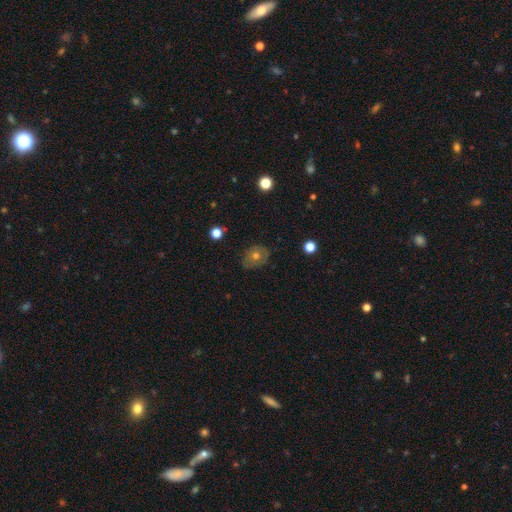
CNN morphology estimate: A smooth galaxy with no disk features (50%).

Vote fractions:
- Smooth or featured? smooth: 50% / featured or disk: 40% / star or artifact: 11%
- Merging? none: 80% / minor disturbance: 15% / major disturbance: 4% / merger: 1%